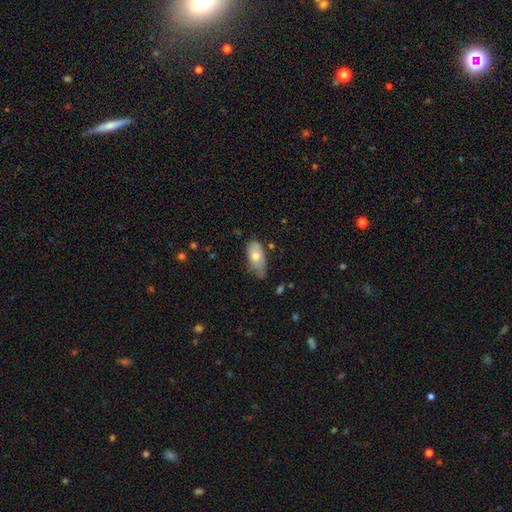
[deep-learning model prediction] Q: Smooth or featured?
A: smooth (69%); runner-up: featured or disk (25%)
Q: How rounded?
A: in between (90%); runner-up: cigar-shaped (6%)
Q: Merging?
A: none (45%); runner-up: minor disturbance (41%)